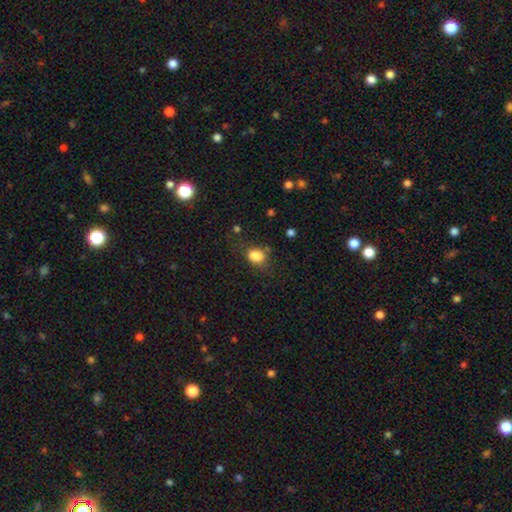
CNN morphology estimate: Smooth or featured: smooth — 83% (star or artifact — 10%)
How rounded: in between — 68% (round — 30%)
Merging: none — 58% (minor disturbance — 25%)